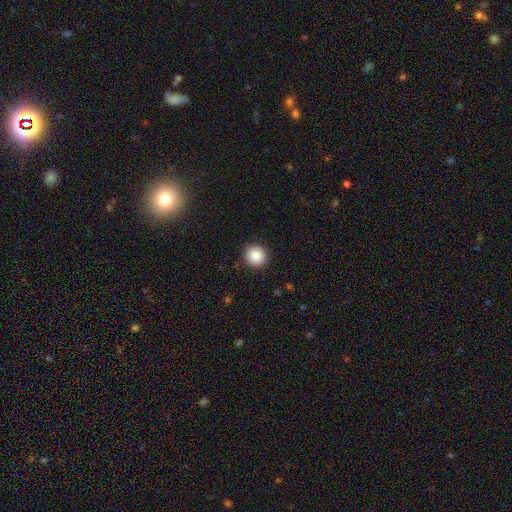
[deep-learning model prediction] A smooth galaxy with no disk features (86%) that is round (94%). Merging: none (91%).